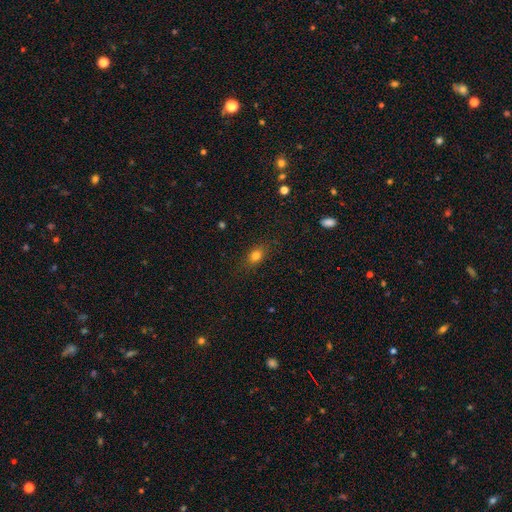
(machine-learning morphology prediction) This appears to be a smooth galaxy with no disk features (79%) that is in between round and cigar-shaped (65%). Merging: none (84%).